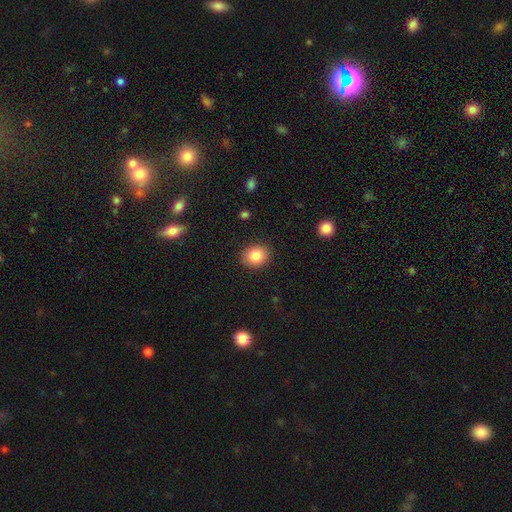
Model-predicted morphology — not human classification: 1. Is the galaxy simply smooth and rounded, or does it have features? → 84% smooth, 10% star or artifact, 7% featured or disk.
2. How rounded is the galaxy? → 62% round, 37% in between, 1% cigar-shaped.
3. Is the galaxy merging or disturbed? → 89% none, 8% minor disturbance, 2% major disturbance, 1% merger.